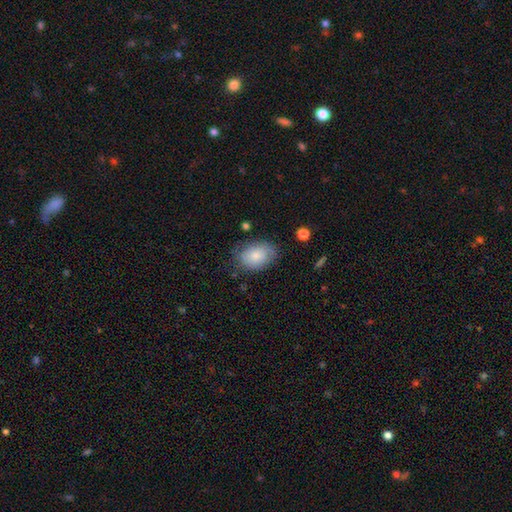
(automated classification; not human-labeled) Smooth or featured?
  - smooth: 77% *
  - featured or disk: 16%
  - star or artifact: 7%
How rounded?
  - in between: 83% *
  - round: 16%
  - cigar-shaped: 1%
Merging?
  - none: 71% *
  - minor disturbance: 21%
  - major disturbance: 6%
  - merger: 2%